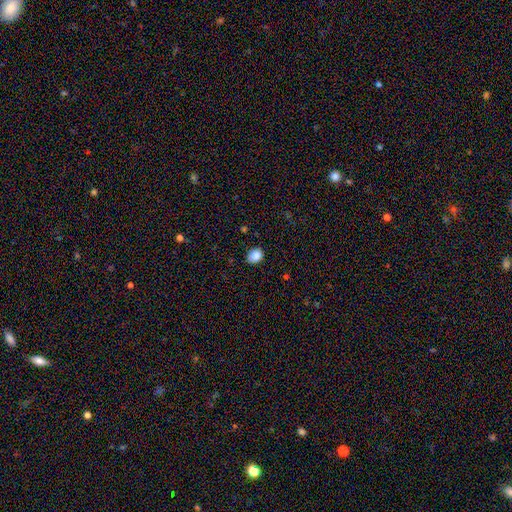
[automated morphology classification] smooth_or_featured: smooth (p=0.87) [alt: star or artifact p=0.09]
how_rounded: in between (p=0.55) [alt: round p=0.45]
merging: none (p=0.82) [alt: minor disturbance p=0.14]